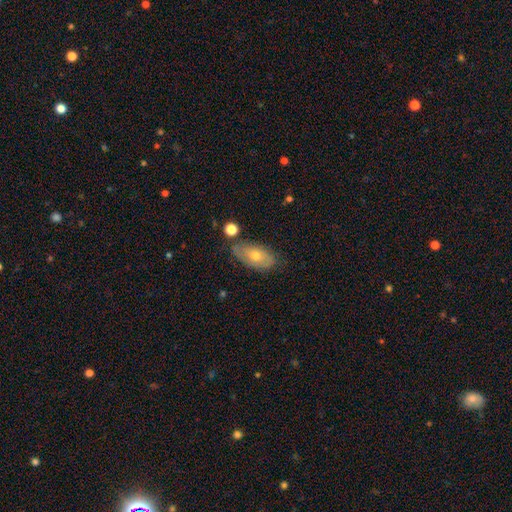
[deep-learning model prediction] A smooth galaxy with no disk features (58%) that is in between round and cigar-shaped (89%). Merging: none (71%).